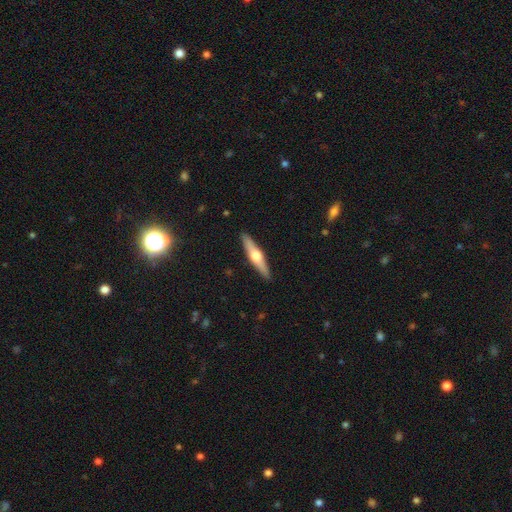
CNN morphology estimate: A featured or disk galaxy (63%) viewed edge-on (96%) with a rounded central bulge (94%). Merging: none (91%).